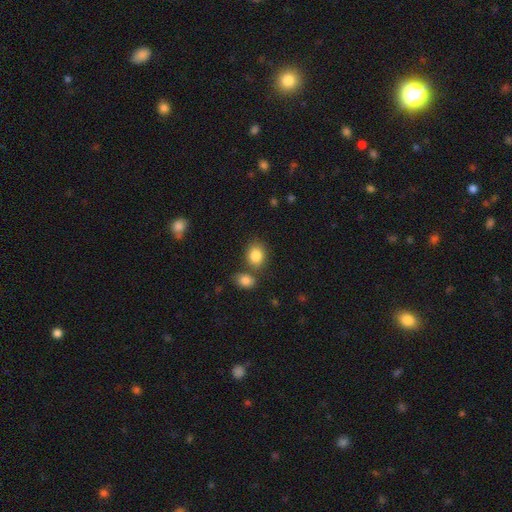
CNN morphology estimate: Smooth or featured: smooth — 85% (star or artifact — 9%)
How rounded: in between — 52% (round — 47%)
Merging: none — 65% (merger — 19%)